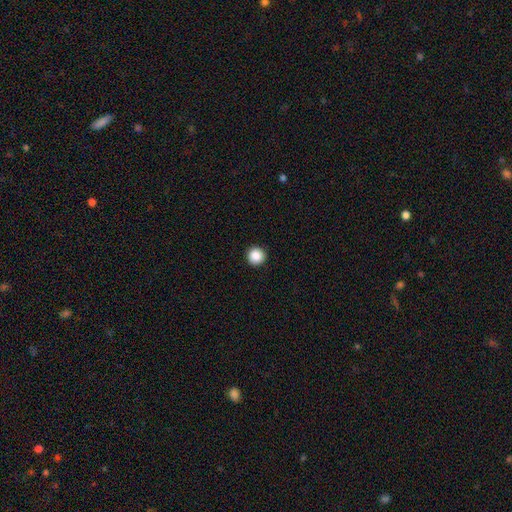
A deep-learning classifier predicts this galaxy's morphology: A smooth galaxy with no disk features (88%) that is round (96%).

Vote fractions:
- Smooth or featured? smooth: 88% / star or artifact: 10% / featured or disk: 3%
- How rounded? round: 96% / in between: 3% / cigar-shaped: 1%
- Merging? none: 93% / minor disturbance: 4% / major disturbance: 1% / merger: 1%